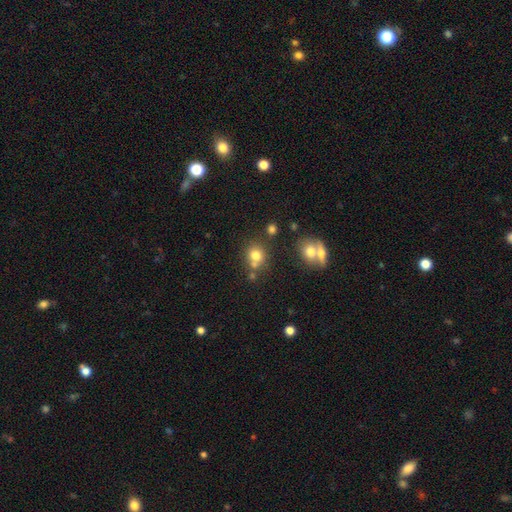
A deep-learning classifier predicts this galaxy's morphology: smooth 75%, star or artifact 14%, featured or disk 12%. Down the decision tree: how rounded — round (78%); merging — none (55%).